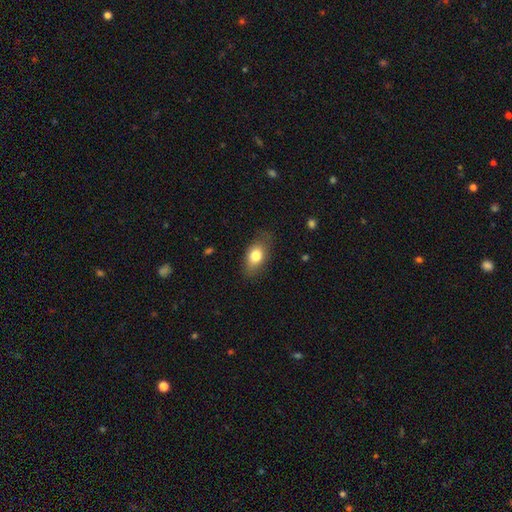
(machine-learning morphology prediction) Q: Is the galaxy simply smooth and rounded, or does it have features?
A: smooth — 77%.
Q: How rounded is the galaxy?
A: in between — 85%.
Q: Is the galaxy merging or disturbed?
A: none — 74%.